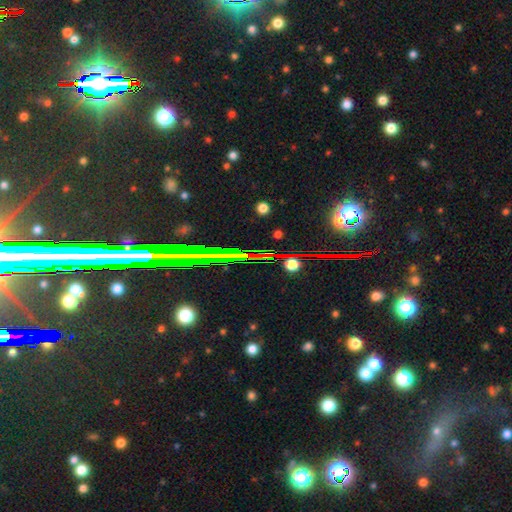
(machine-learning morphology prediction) A star or artifact, not a galaxy (73%).

Vote fractions:
- Smooth or featured? star or artifact: 73% / featured or disk: 15% / smooth: 11%